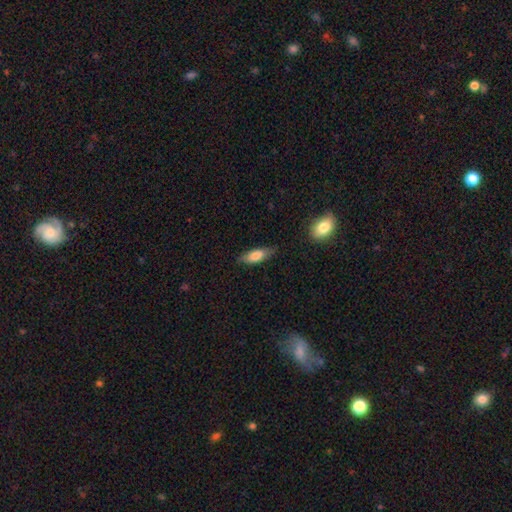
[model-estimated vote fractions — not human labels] A smooth galaxy with no disk features (75%) that is in between round and cigar-shaped (62%).

Vote fractions:
- Smooth or featured? smooth: 75% / featured or disk: 19% / star or artifact: 7%
- How rounded? in between: 62% / cigar-shaped: 36% / round: 2%
- Merging? none: 76% / minor disturbance: 19% / major disturbance: 3% / merger: 2%